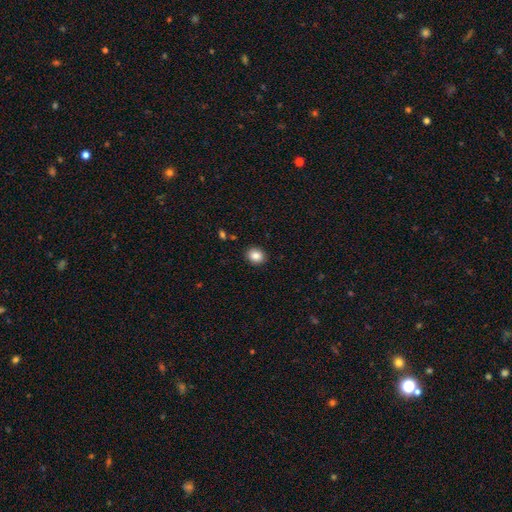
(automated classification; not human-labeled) This appears to be a smooth galaxy with no disk features (86%) that is round (58%). Merging: none (90%).